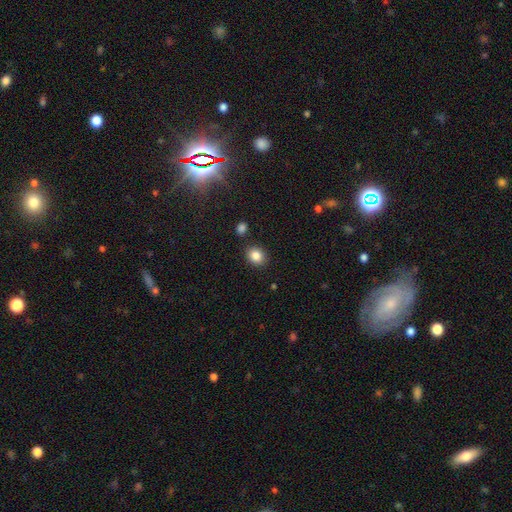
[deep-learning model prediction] A smooth galaxy with no disk features (85%) that is round (61%). Merging: none (85%).